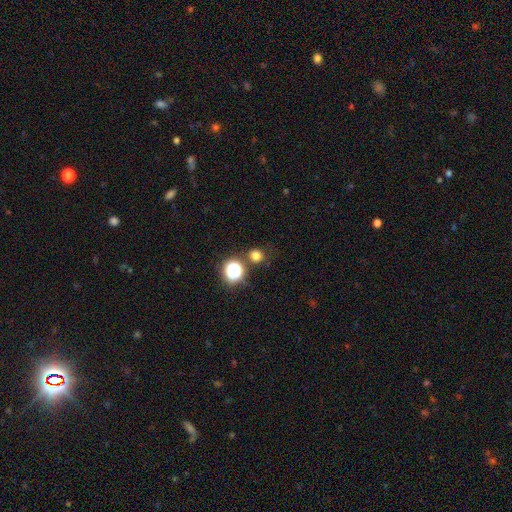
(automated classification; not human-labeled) Overall: smooth (73%). How rounded: round (88%). Merging: none (79%).